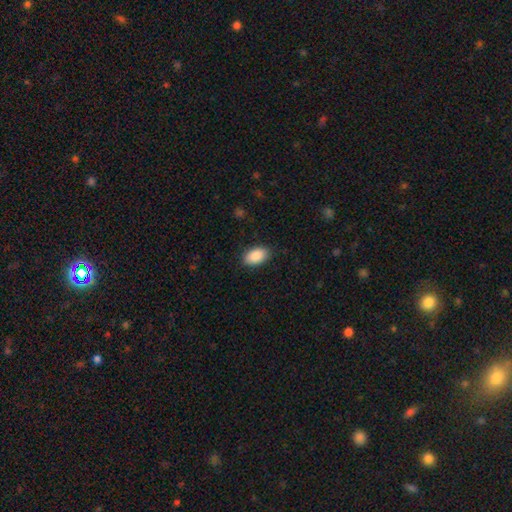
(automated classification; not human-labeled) The model was most divided on "merging": none: 86%, minor disturbance: 10%, major disturbance: 2%, merger: 1%. More confident: how rounded — in between (93%); smooth or featured — smooth (90%).